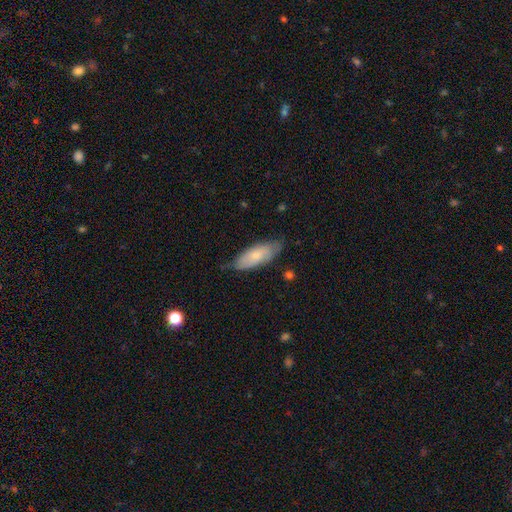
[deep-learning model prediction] smooth 72%, featured or disk 22%, star or artifact 5%. Down the decision tree: how rounded — in between (73%); merging — none (68%).